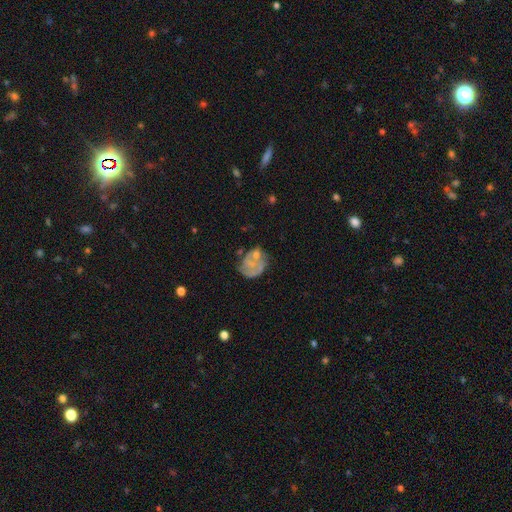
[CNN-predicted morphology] Smooth or featured? featured or disk (54%)
Edge-on disk? no (98%)
Bar? no (83%)
Spiral arms? no (58%)
Bulge size? none (42%)
Merging? none (44%)